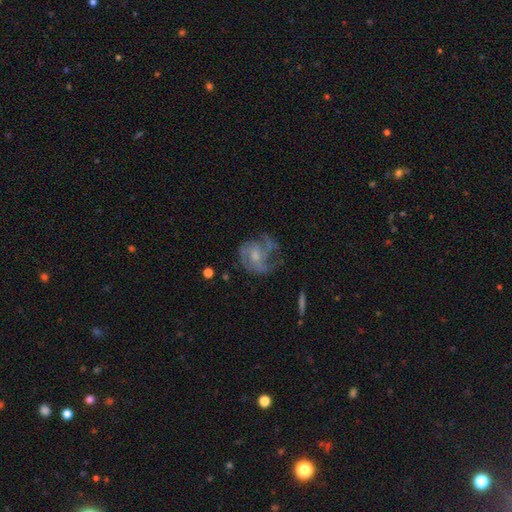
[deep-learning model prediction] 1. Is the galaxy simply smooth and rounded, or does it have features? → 75% featured or disk, 17% smooth, 8% star or artifact.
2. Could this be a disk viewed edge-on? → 98% no, 2% yes.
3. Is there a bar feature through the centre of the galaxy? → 71% no, 25% weak, 4% strong.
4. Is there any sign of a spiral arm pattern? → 86% yes, 14% no.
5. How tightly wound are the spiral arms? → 46% medium, 33% tight, 21% loose.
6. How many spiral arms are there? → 38% 3, 24% can't tell, 16% 2, 11% 4, 6% 1, 5% more than 4.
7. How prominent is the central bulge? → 51% small, 39% moderate, 6% none, 2% large, 1% dominant.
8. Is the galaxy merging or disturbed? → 51% none, 24% major disturbance, 23% minor disturbance, 2% merger.